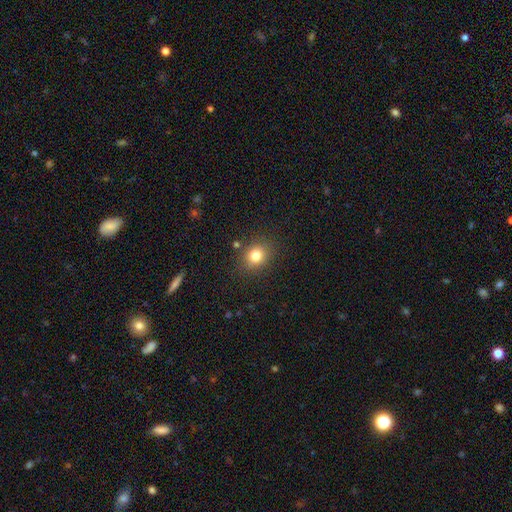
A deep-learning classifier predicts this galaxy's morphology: Smooth or featured?
  - smooth: 80% *
  - star or artifact: 12%
  - featured or disk: 8%
How rounded?
  - round: 63% *
  - in between: 36%
  - cigar-shaped: 1%
Merging?
  - none: 84% *
  - minor disturbance: 10%
  - major disturbance: 3%
  - merger: 3%